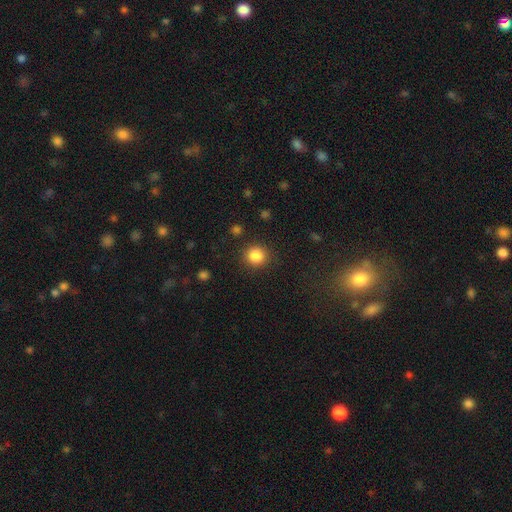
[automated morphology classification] smooth 85%, star or artifact 11%, featured or disk 4%. Down the decision tree: how rounded — round (91%); merging — none (89%).